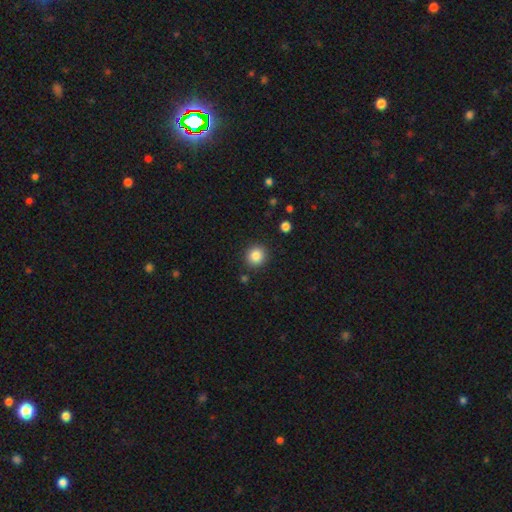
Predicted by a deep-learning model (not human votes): This is clearly a smooth galaxy (86%). How rounded: clearly round (88%). Merging: clearly none (89%).